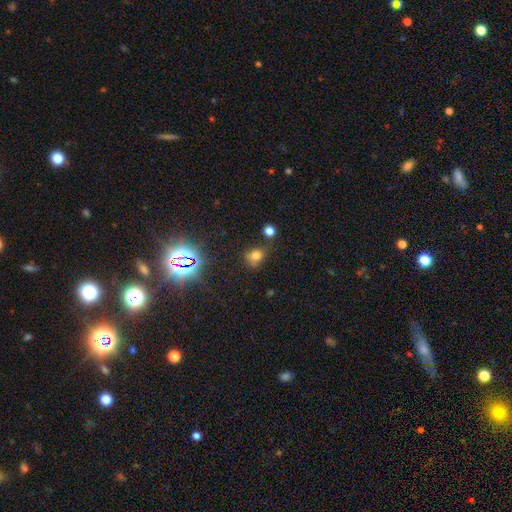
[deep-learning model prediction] Overall: smooth (67%). How rounded: round (57%; in between 42%). Merging: none (59%; minor disturbance 22%).